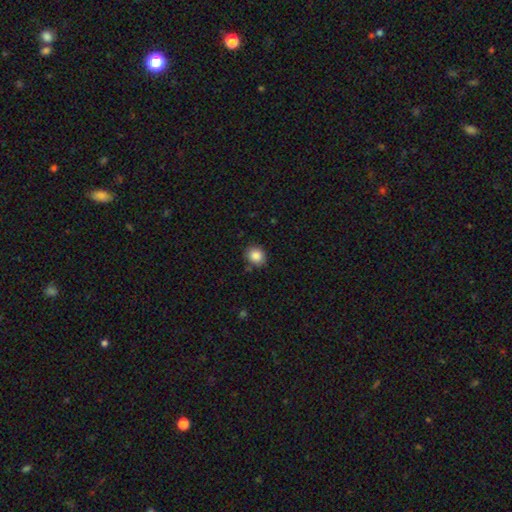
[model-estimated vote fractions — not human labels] Q: Smooth or featured?
A: smooth (86%); runner-up: star or artifact (9%)
Q: How rounded?
A: round (71%); runner-up: in between (28%)
Q: Merging?
A: none (85%); runner-up: minor disturbance (11%)